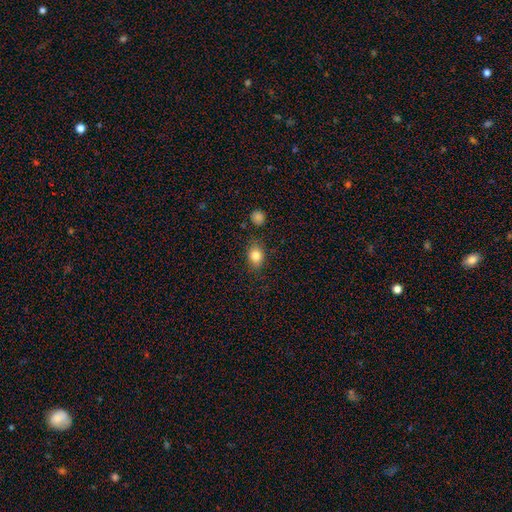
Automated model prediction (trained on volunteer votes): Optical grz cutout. It shows a smooth galaxy with no disk features (83%) that is in between round and cigar-shaped (58%). Merging: none (79%).